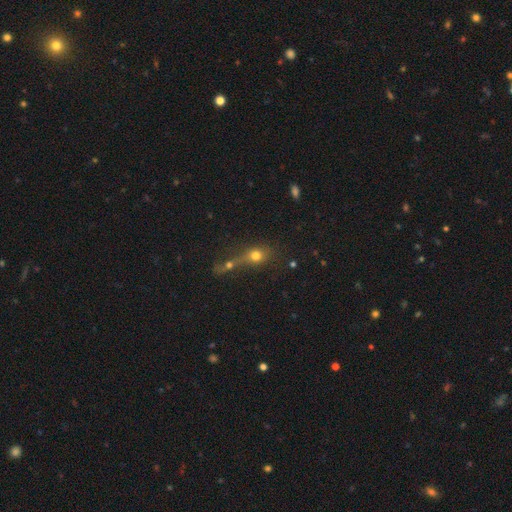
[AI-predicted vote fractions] smooth 68%, star or artifact 17%, featured or disk 14%. Down the decision tree: how rounded — round (61%); merging — merger (58%).